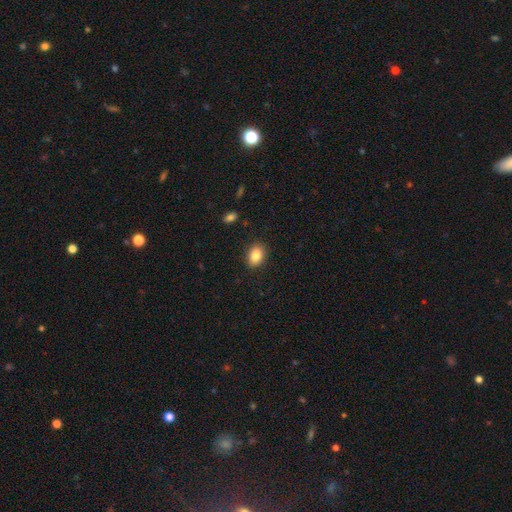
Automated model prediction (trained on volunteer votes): Smooth or featured? Predicted: smooth (p=0.86). How rounded? Predicted: in between (p=0.75). Merging? Predicted: none (p=0.88).